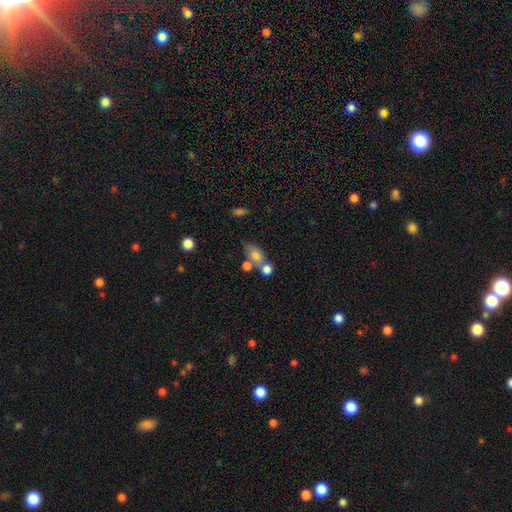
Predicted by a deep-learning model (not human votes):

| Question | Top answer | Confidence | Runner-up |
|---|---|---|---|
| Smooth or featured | smooth | 71% | featured or disk (18%) |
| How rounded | in between | 77% | round (19%) |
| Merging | none | 42% | merger (37%) |